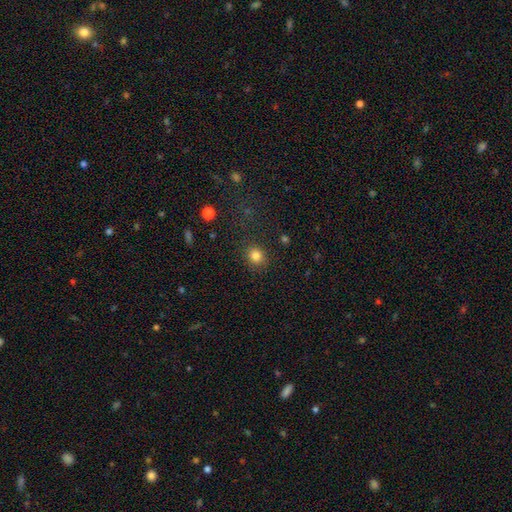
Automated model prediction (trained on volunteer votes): This is clearly a smooth galaxy (83%). How rounded: clearly round (80%). Merging: clearly none (87%).